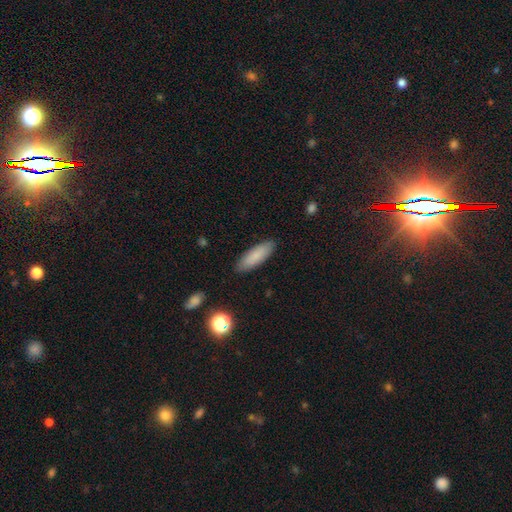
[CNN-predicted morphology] A smooth galaxy with no disk features (85%) that is in between round and cigar-shaped (51%).

Vote fractions:
- Smooth or featured? smooth: 85% / featured or disk: 8% / star or artifact: 7%
- How rounded? in between: 51% / cigar-shaped: 47% / round: 2%
- Merging? none: 88% / minor disturbance: 9% / major disturbance: 2% / merger: 1%